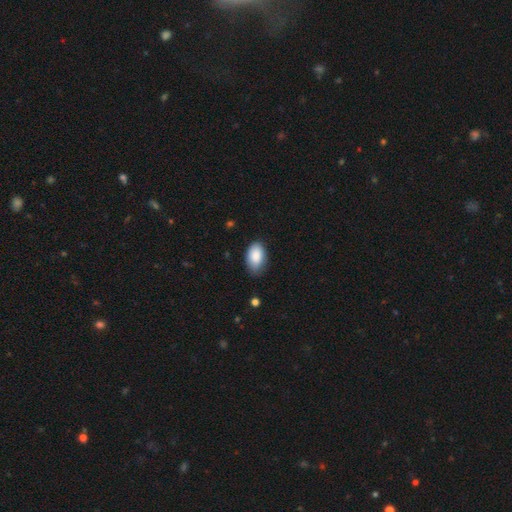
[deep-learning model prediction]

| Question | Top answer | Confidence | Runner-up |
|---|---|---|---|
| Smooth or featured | smooth | 87% | star or artifact (7%) |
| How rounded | in between | 93% | round (5%) |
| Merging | none | 73% | minor disturbance (22%) |